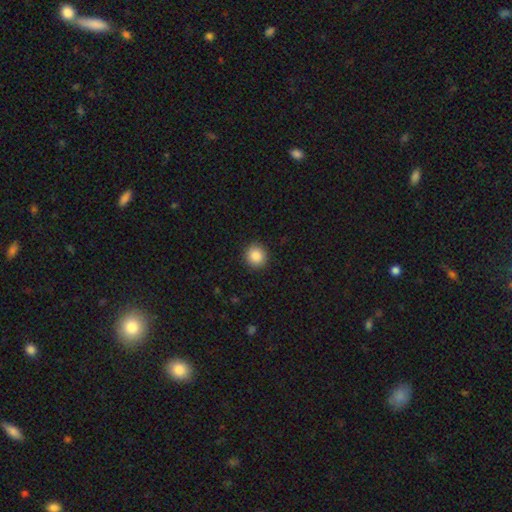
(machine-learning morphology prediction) Overall: smooth (88%). How rounded: round (91%). Merging: none (92%).